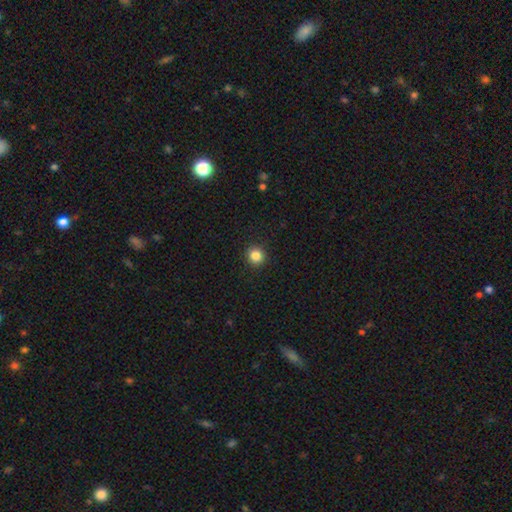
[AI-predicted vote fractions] Smooth or featured: smooth — 85% (star or artifact — 11%)
How rounded: round — 93% (in between — 6%)
Merging: none — 93% (minor disturbance — 5%)